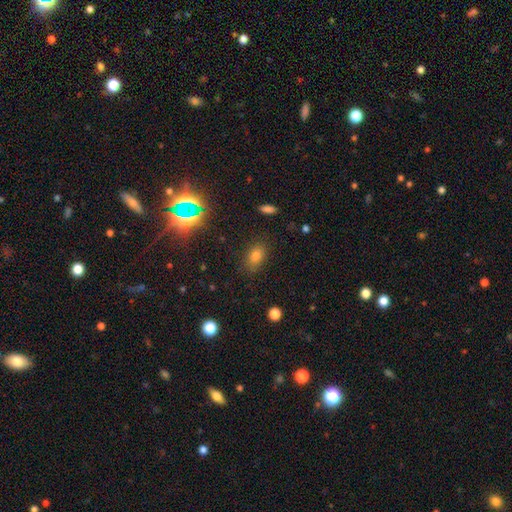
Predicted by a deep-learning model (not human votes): smooth_or_featured: smooth (p=0.67) [alt: star or artifact p=0.24]
how_rounded: in between (p=0.80) [alt: round p=0.17]
merging: none (p=0.83) [alt: minor disturbance p=0.11]